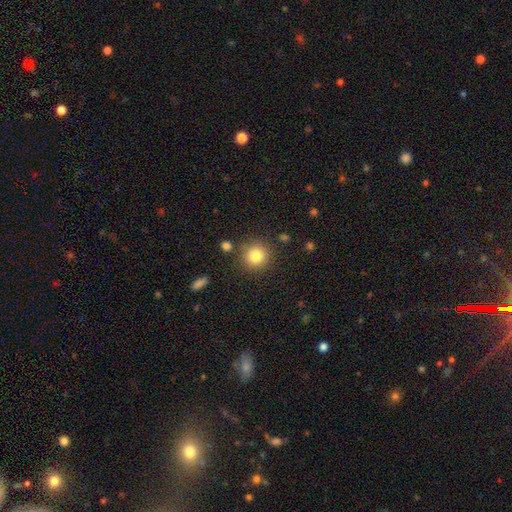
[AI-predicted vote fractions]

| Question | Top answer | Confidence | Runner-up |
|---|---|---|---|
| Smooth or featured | smooth | 83% | star or artifact (10%) |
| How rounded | round | 93% | in between (6%) |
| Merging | none | 85% | minor disturbance (8%) |